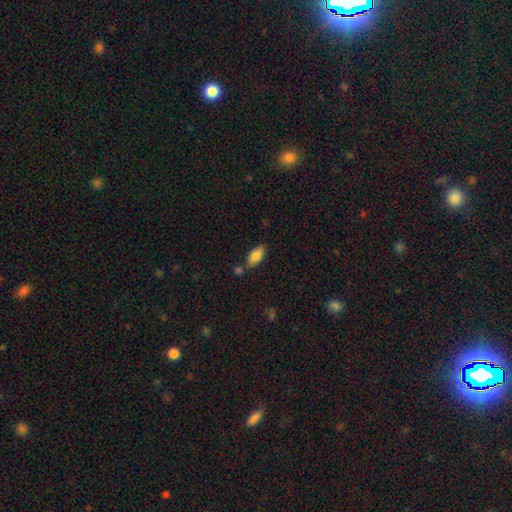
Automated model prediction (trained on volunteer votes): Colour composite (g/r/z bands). It shows a smooth galaxy with no disk features (83%) that is in between round and cigar-shaped (89%). Merging: none (70%).